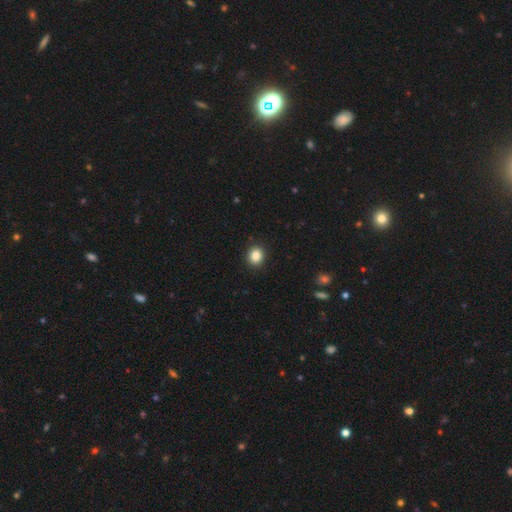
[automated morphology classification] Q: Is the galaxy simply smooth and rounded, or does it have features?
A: smooth — 86%.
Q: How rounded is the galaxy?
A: round — 73%.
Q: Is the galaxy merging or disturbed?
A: none — 91%.